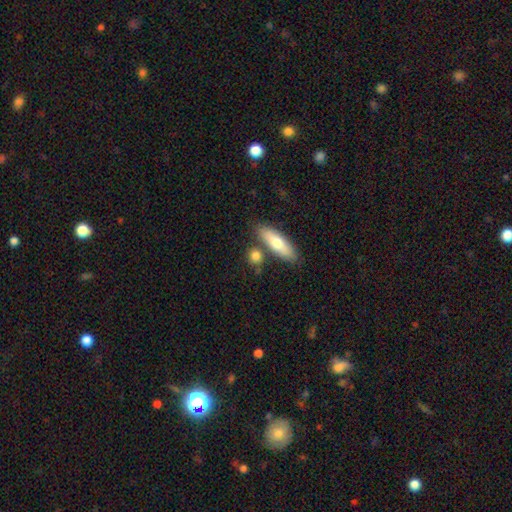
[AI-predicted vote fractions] Morphology: type=smooth (79%); roundness=round (47%); merging=none (70%).